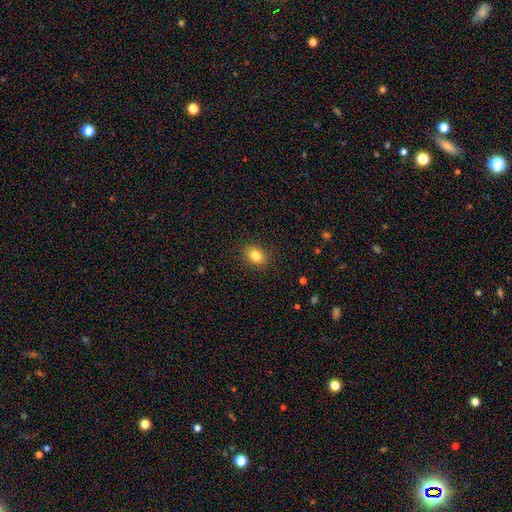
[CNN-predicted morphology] Q: Smooth or featured?
A: smooth (83%); runner-up: star or artifact (10%)
Q: How rounded?
A: in between (66%); runner-up: round (33%)
Q: Merging?
A: none (89%); runner-up: minor disturbance (8%)